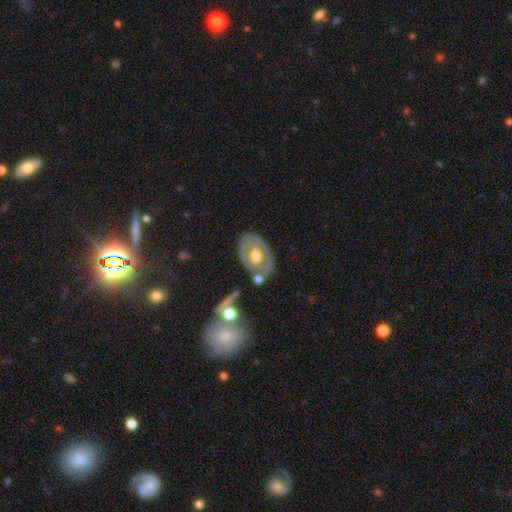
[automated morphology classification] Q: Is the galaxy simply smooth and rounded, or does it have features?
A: featured or disk — 62%.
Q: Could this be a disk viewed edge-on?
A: no — 89%.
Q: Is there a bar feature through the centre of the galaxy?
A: no — 76%.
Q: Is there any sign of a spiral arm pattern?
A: no — 77%.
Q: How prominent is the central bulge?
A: moderate — 62%.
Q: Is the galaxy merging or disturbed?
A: none — 64%.